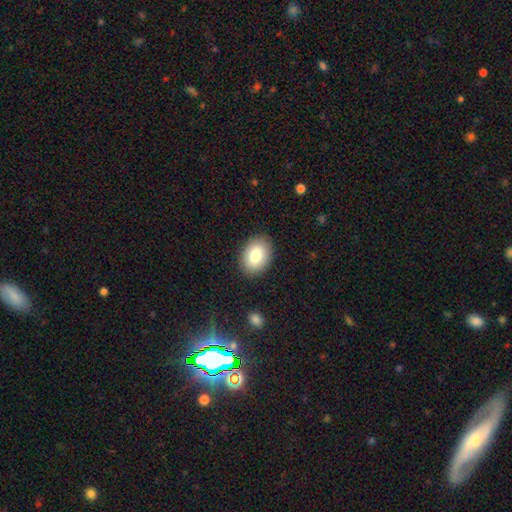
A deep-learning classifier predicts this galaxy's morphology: Smooth or featured? Predicted: smooth (p=0.83). How rounded? Predicted: in between (p=0.79). Merging? Predicted: none (p=0.88).